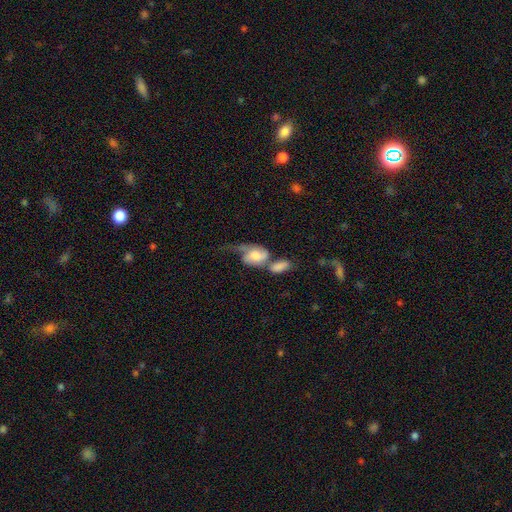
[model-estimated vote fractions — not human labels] Overall: smooth (48%; featured or disk 44%). Merging: merger (57%; major disturbance 21%).